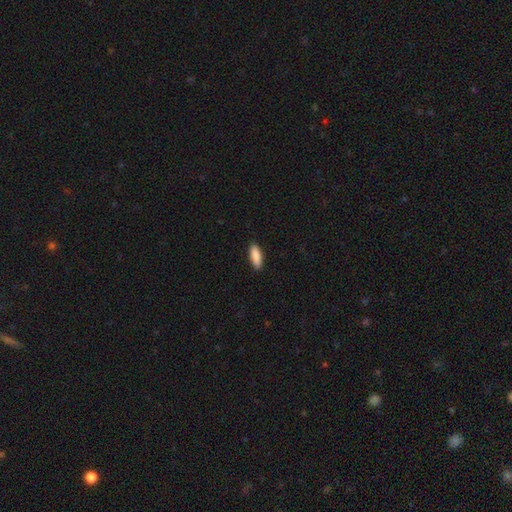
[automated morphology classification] Smooth or featured? smooth (88%)
How rounded? in between (66%)
Merging? none (89%)